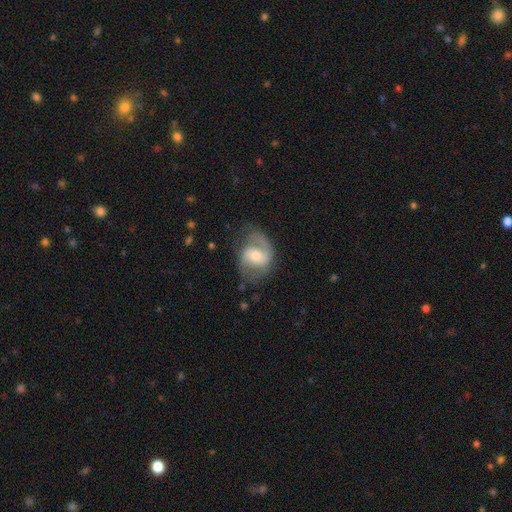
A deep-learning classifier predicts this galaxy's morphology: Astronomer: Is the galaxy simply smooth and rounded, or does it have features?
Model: featured or disk — 80%.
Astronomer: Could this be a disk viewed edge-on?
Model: no — 97%.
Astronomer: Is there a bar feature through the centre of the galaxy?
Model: weak — 46% (runner-up: no, 41%).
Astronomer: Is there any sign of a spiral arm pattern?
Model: yes — 93%.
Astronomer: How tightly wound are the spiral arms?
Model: medium — 52% (runner-up: loose, 27%).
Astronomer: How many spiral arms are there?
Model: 2 — 79%.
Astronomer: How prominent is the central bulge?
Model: moderate — 61%.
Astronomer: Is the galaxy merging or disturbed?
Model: none — 65%.